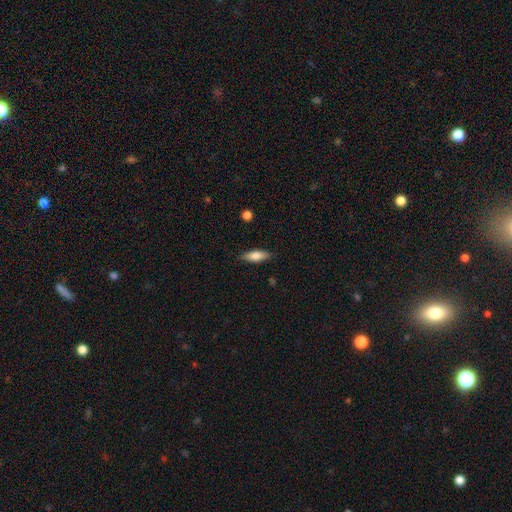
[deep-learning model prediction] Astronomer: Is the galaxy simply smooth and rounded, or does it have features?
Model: smooth — 73%.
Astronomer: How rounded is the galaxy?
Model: in between — 56% (runner-up: cigar-shaped, 41%).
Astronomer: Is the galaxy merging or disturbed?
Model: none — 86%.